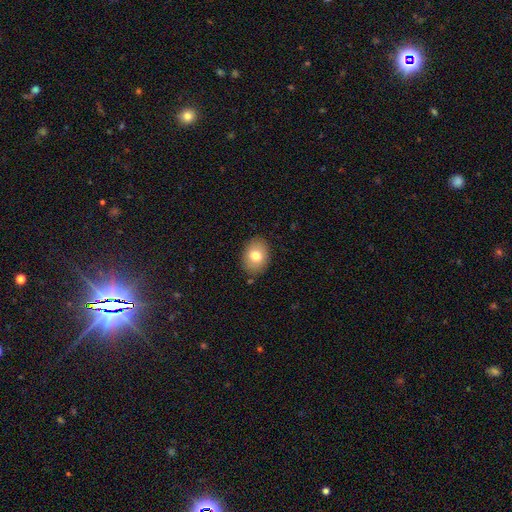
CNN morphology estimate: A smooth galaxy with no disk features (76%) that is in between round and cigar-shaped (67%).

Vote fractions:
- Smooth or featured? smooth: 76% / featured or disk: 15% / star or artifact: 8%
- How rounded? in between: 67% / round: 32% / cigar-shaped: 1%
- Merging? none: 85% / minor disturbance: 11% / major disturbance: 2% / merger: 1%